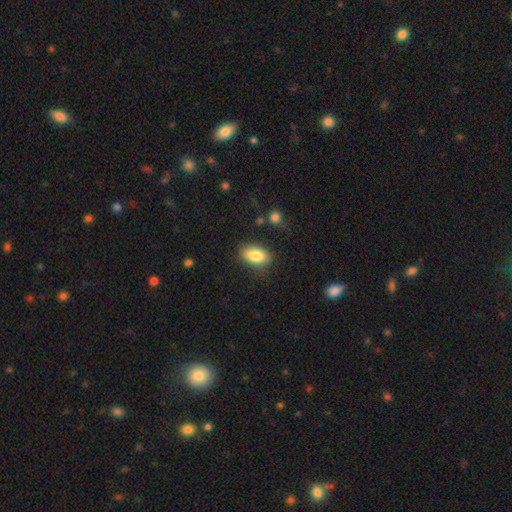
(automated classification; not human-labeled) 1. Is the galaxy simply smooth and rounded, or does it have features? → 83% smooth, 9% featured or disk, 7% star or artifact.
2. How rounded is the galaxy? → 89% in between, 7% round, 4% cigar-shaped.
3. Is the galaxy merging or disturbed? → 81% none, 14% minor disturbance, 3% major disturbance, 2% merger.